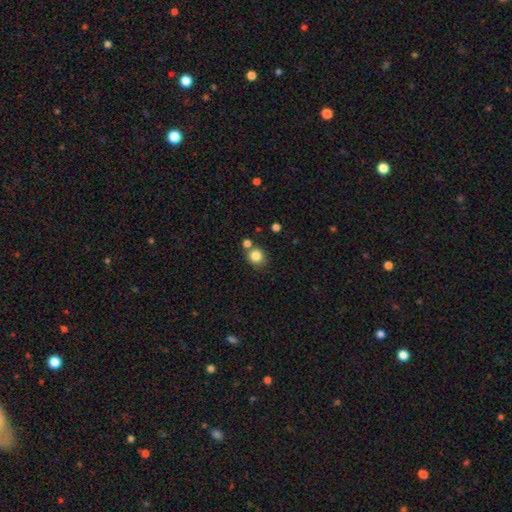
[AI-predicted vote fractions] This is clearly a smooth galaxy (84%). How rounded: clearly round (85%). Merging: likely none (70%).